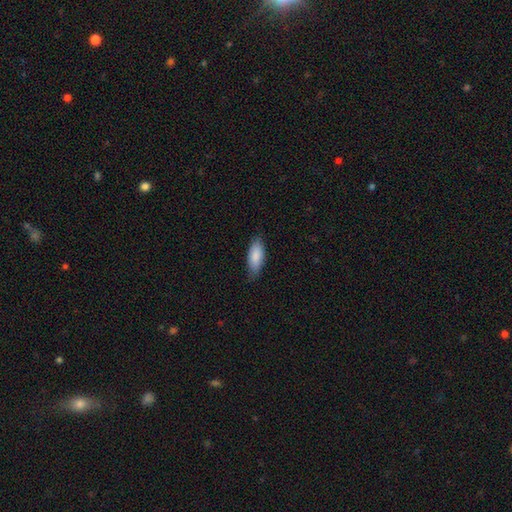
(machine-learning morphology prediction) smooth_or_featured: smooth (p=0.87) [alt: featured or disk p=0.08]
how_rounded: in between (p=0.77) [alt: cigar-shaped p=0.21]
merging: none (p=0.80) [alt: minor disturbance p=0.16]